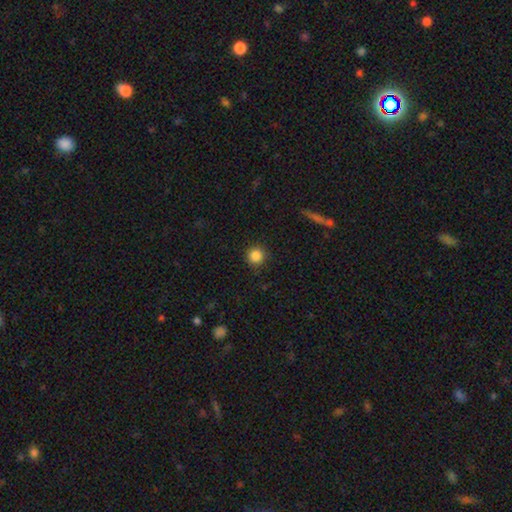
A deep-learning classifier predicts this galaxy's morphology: smooth-or-featured: smooth: 86% | star or artifact: 11% | featured or disk: 4%
  how-rounded: round: 95% | in between: 4% | cigar-shaped: 1%
  merging: none: 90% | minor disturbance: 6% | major disturbance: 2% | merger: 1%